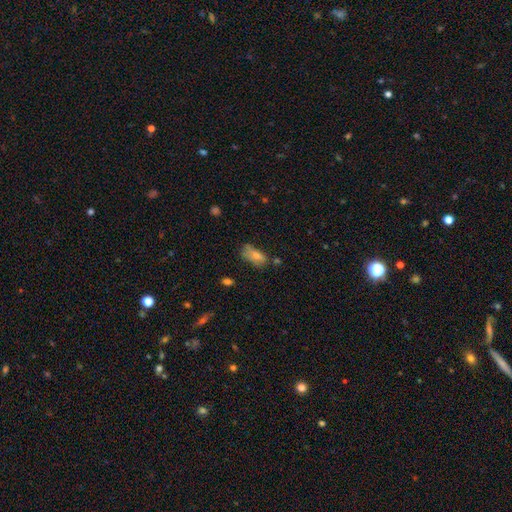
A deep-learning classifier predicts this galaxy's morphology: Overall: smooth (73%). How rounded: in between (84%). Merging: none (41%; minor disturbance 32%).